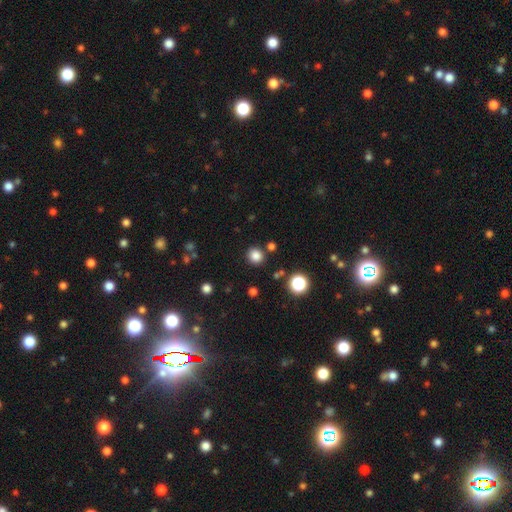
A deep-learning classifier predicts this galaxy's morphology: smooth_or_featured: smooth (p=0.83) [alt: star or artifact p=0.13]
how_rounded: round (p=0.89) [alt: in between p=0.10]
merging: none (p=0.87) [alt: minor disturbance p=0.07]